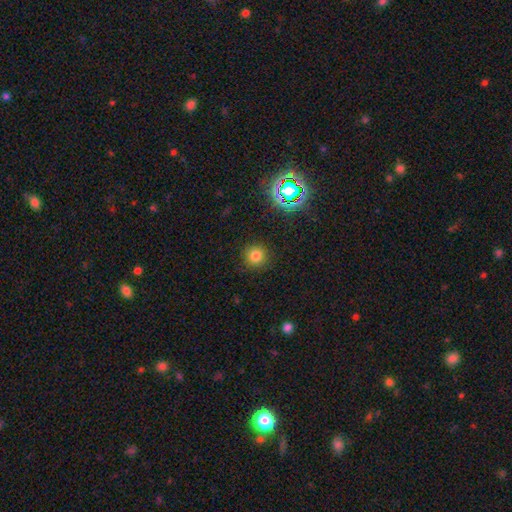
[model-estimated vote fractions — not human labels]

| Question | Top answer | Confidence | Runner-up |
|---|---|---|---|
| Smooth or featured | smooth | 76% | star or artifact (18%) |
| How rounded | round | 94% | in between (5%) |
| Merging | none | 90% | minor disturbance (7%) |